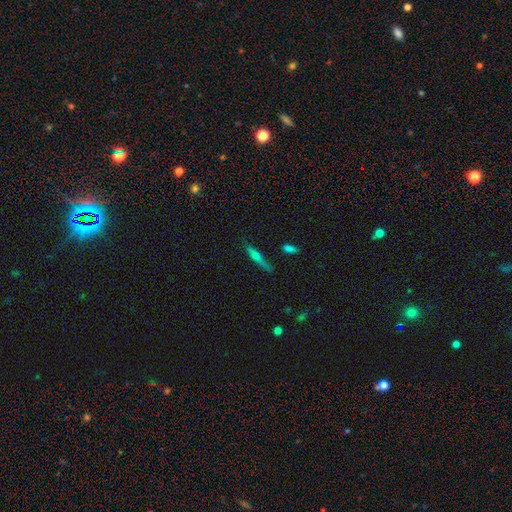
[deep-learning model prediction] smooth_or_featured: smooth (p=0.47) [alt: featured or disk p=0.43]
merging: none (p=0.75) [alt: minor disturbance p=0.16]